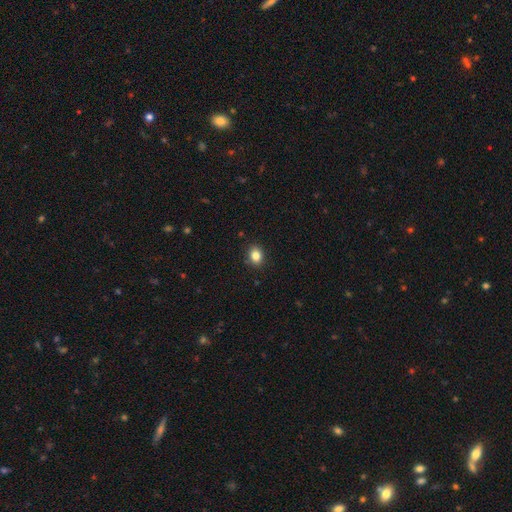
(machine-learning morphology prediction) Smooth or featured? smooth (84%)
How rounded? in between (50%)
Merging? none (89%)